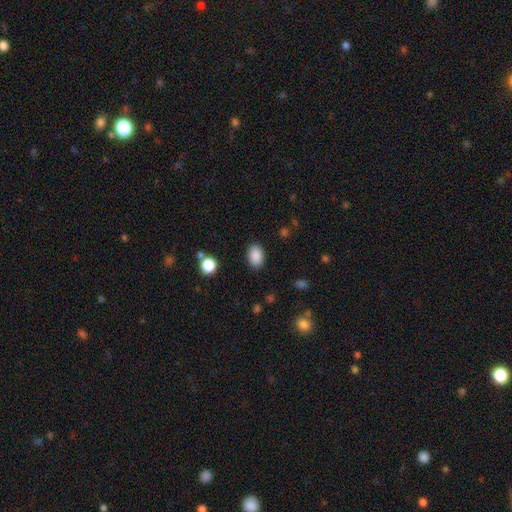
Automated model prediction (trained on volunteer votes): Morphology: type=smooth (88%); roundness=in between (81%); merging=none (87%).